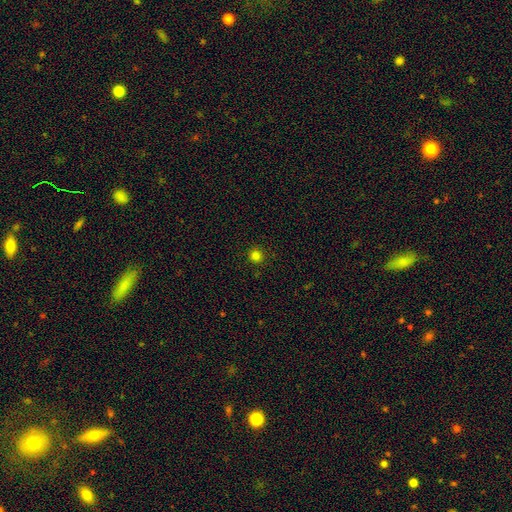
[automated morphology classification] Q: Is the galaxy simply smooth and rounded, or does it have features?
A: smooth — 81%.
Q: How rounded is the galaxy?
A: round — 94%.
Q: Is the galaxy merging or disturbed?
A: none — 91%.